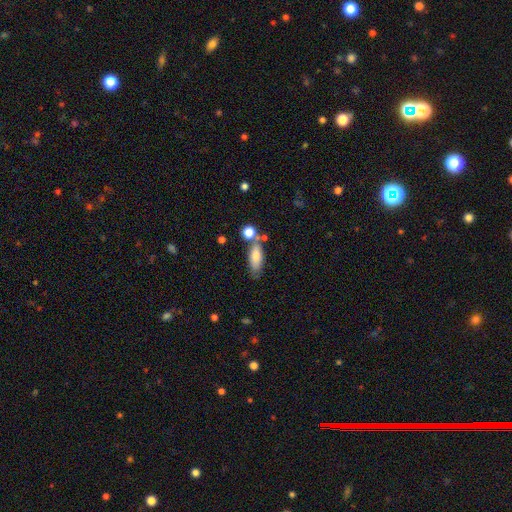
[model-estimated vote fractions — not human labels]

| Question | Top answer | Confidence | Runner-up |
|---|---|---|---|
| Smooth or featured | smooth | 76% | featured or disk (17%) |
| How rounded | in between | 71% | cigar-shaped (25%) |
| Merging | none | 61% | merger (18%) |